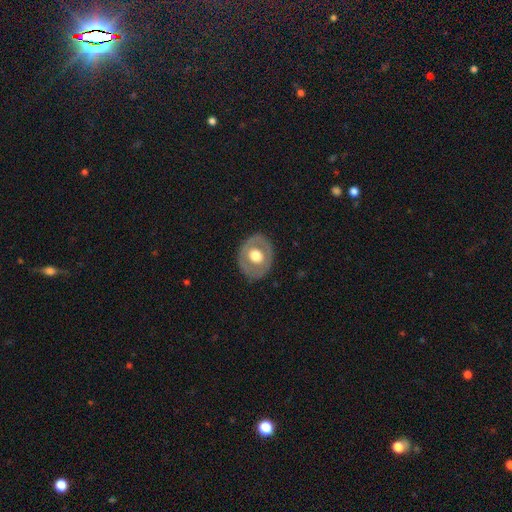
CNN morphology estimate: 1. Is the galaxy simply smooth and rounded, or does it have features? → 48% featured or disk, 46% smooth, 6% star or artifact.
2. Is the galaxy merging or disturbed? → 82% none, 12% minor disturbance, 4% major disturbance, 1% merger.